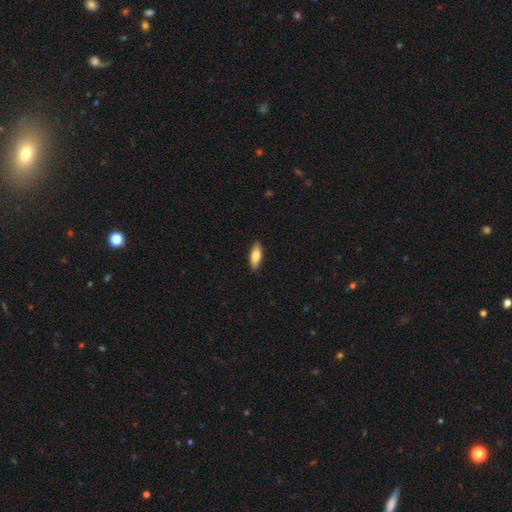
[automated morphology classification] smooth_or_featured: smooth (p=0.77) [alt: featured or disk p=0.18]
how_rounded: in between (p=0.67) [alt: cigar-shaped p=0.31]
merging: none (p=0.89) [alt: minor disturbance p=0.09]